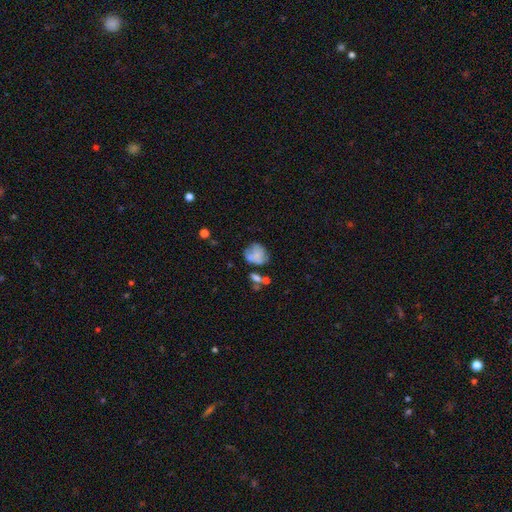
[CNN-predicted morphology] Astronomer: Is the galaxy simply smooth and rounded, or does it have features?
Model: smooth — 65%.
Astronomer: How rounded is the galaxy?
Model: round — 63%.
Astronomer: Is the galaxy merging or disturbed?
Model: none — 42% (runner-up: minor disturbance, 27%).